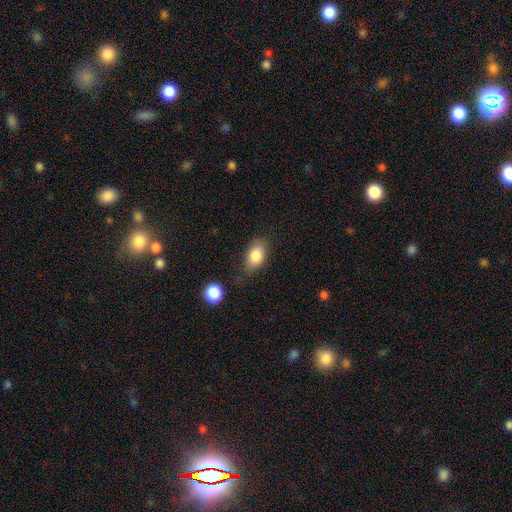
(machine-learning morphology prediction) Smooth or featured? smooth (84%)
How rounded? in between (86%)
Merging? none (65%)